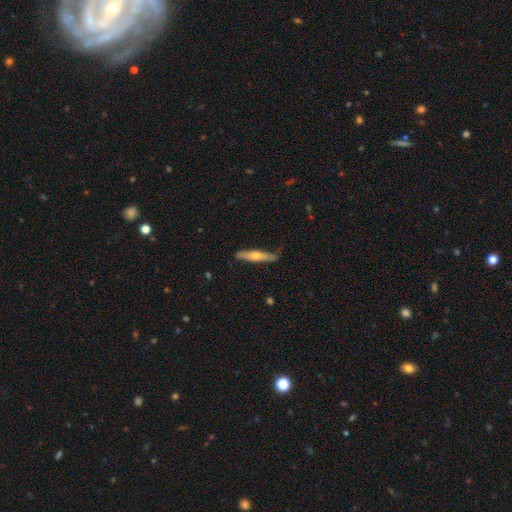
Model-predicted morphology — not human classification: featured or disk 48%, smooth 47%, star or artifact 5%. Down the decision tree: merging — none (80%).